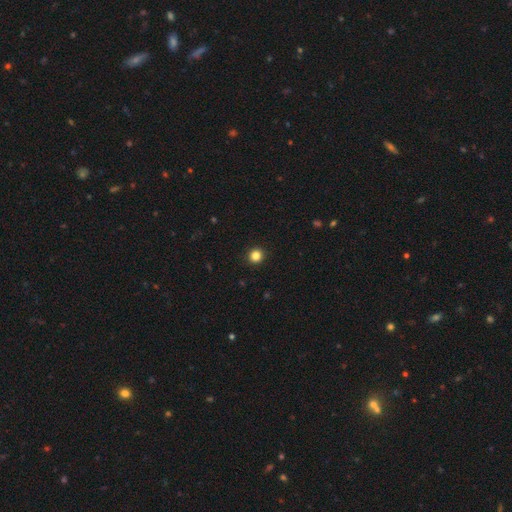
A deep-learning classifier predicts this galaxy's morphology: smooth_or_featured: smooth (p=0.84) [alt: star or artifact p=0.12]
how_rounded: round (p=0.93) [alt: in between p=0.06]
merging: none (p=0.93) [alt: minor disturbance p=0.04]